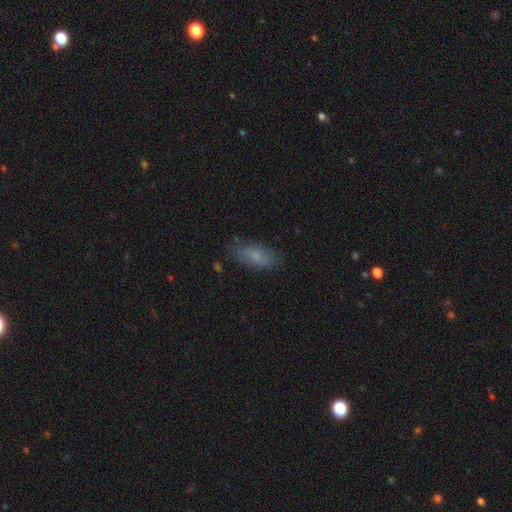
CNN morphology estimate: type=smooth (75%); roundness=in between (79%); merging=none (80%).